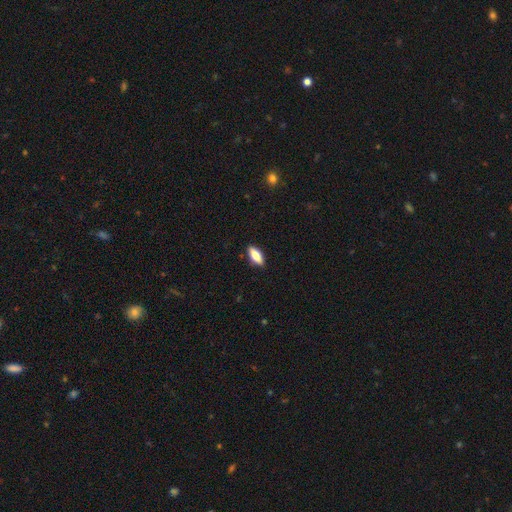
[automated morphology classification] This is likely a smooth galaxy (76%). How rounded: likely in between (74%). Merging: clearly none (88%).